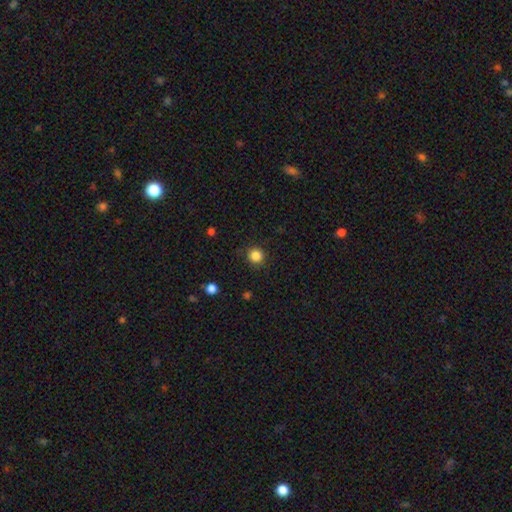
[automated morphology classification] Smooth or featured: smooth — 85% (star or artifact — 12%)
How rounded: round — 93% (in between — 6%)
Merging: none — 90% (minor disturbance — 7%)